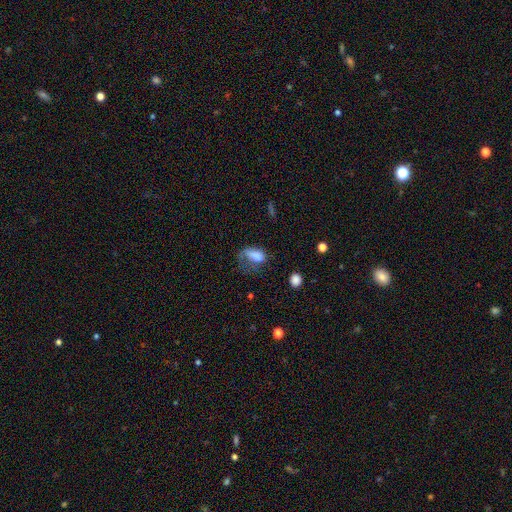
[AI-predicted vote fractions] Smooth or featured?
  - smooth: 72% *
  - featured or disk: 18%
  - star or artifact: 10%
How rounded?
  - in between: 86% *
  - round: 10%
  - cigar-shaped: 4%
Merging?
  - major disturbance: 51% *
  - none: 23%
  - minor disturbance: 22%
  - merger: 4%